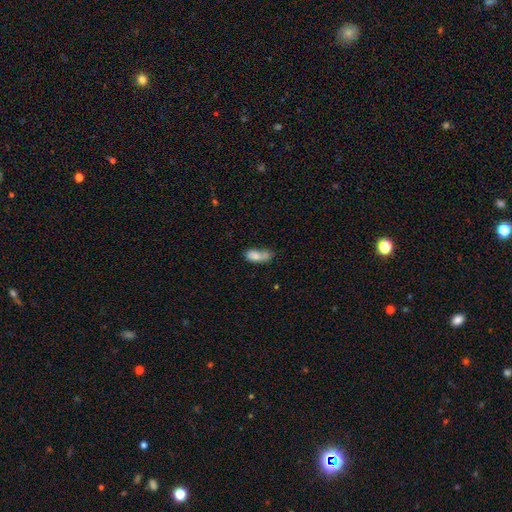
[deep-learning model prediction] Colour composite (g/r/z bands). It shows a smooth galaxy with no disk features (75%) that is in between round and cigar-shaped (82%). Merging: merger (40%).